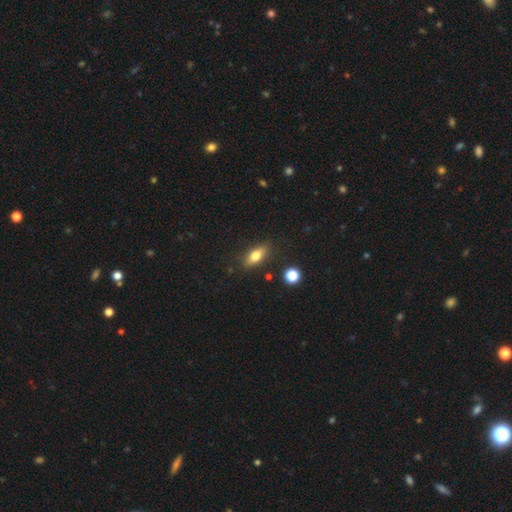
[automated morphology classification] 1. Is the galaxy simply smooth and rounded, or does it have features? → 71% smooth, 20% featured or disk, 8% star or artifact.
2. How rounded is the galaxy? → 74% in between, 20% cigar-shaped, 6% round.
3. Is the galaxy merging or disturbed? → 83% none, 12% minor disturbance, 3% major disturbance, 3% merger.